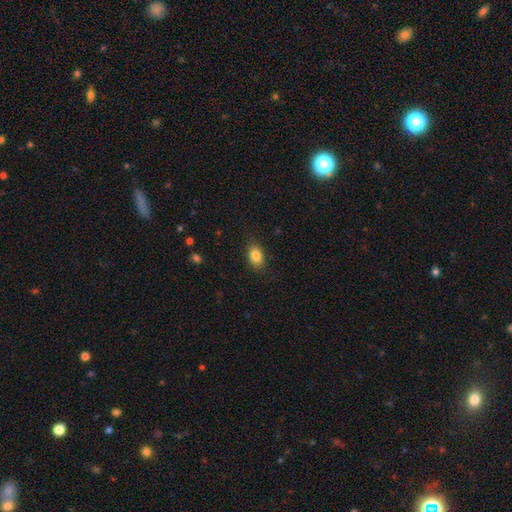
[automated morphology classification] This appears to be a smooth galaxy with no disk features (84%) that is in between round and cigar-shaped (82%). Merging: none (84%).